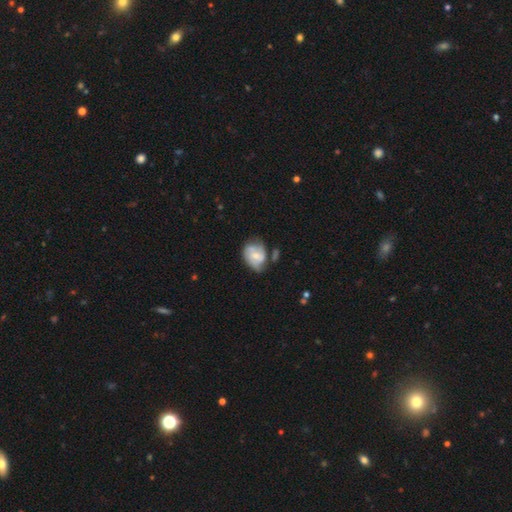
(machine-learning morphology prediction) Smooth or featured? Predicted: featured or disk (p=0.55). Edge-on disk? Predicted: no (p=0.97). Bar? Predicted: no (p=0.57). Spiral arms? Predicted: yes (p=0.70). Bulge size? Predicted: moderate (p=0.50). Merging? Predicted: none (p=0.43).